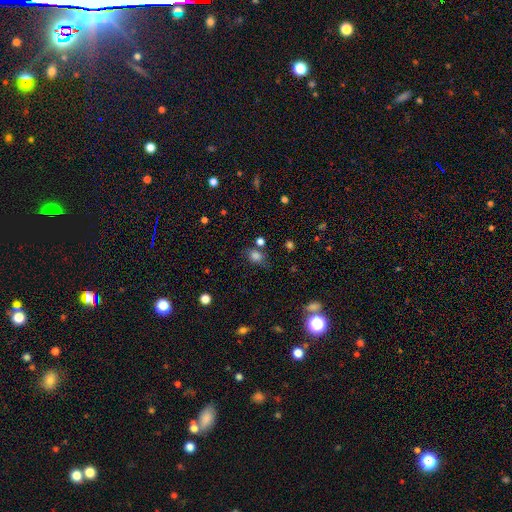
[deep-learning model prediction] Q: Smooth or featured?
A: smooth (77%); runner-up: star or artifact (16%)
Q: How rounded?
A: in between (54%); runner-up: round (44%)
Q: Merging?
A: none (60%); runner-up: minor disturbance (22%)